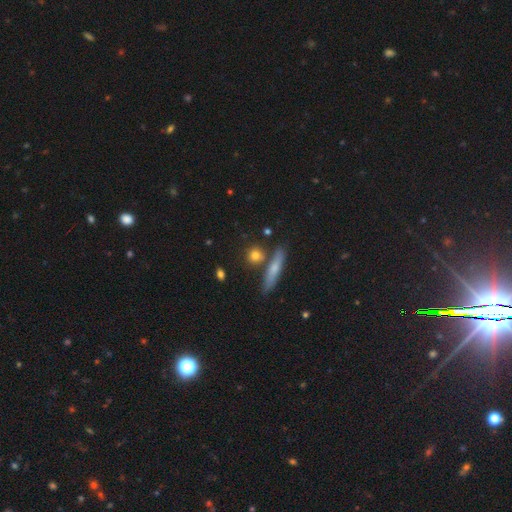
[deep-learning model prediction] Smooth or featured? Predicted: smooth (p=0.74). How rounded? Predicted: round (p=0.63). Merging? Predicted: none (p=0.75).